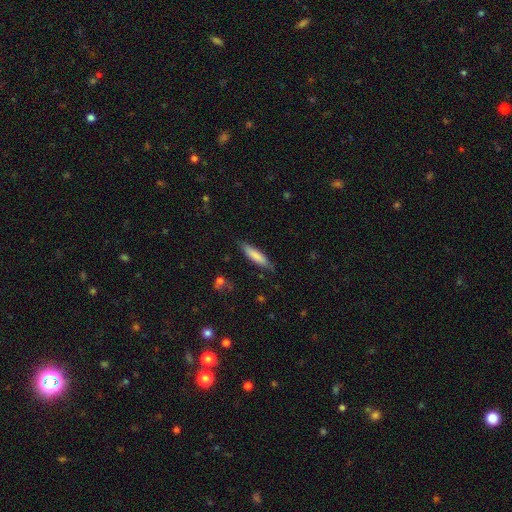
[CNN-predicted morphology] Smooth or featured: smooth — 79% (featured or disk — 15%)
How rounded: cigar-shaped — 75% (in between — 23%)
Merging: none — 82% (minor disturbance — 14%)